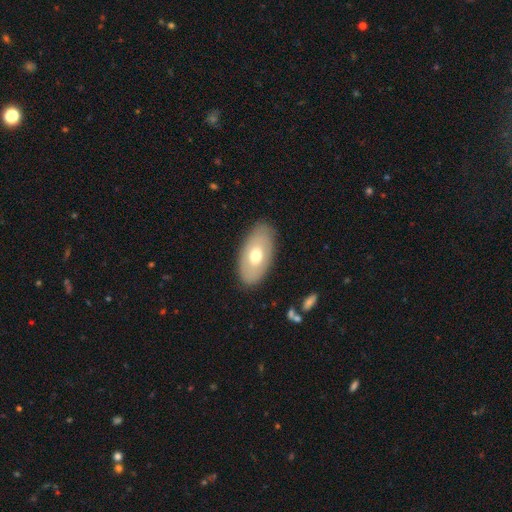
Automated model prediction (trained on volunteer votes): This is likely a smooth galaxy (62%). How rounded: clearly in between (93%). Merging: clearly none (84%).